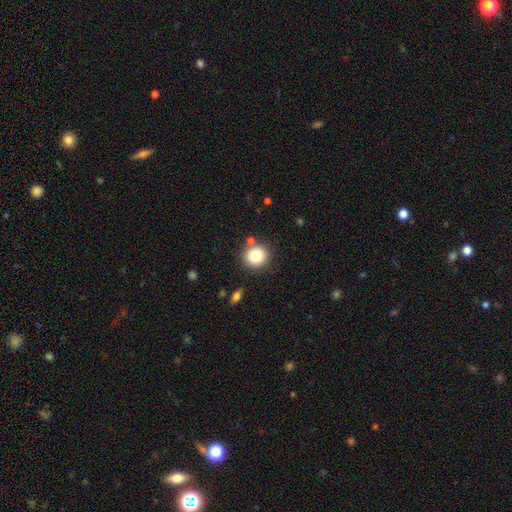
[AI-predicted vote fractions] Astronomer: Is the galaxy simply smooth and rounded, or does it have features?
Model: smooth — 81%.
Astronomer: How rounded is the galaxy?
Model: round — 90%.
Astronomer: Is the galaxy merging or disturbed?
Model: none — 81%.